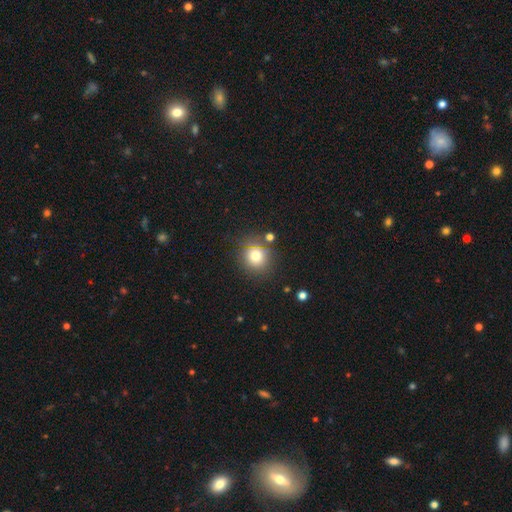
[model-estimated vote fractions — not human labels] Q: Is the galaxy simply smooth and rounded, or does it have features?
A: smooth — 75%.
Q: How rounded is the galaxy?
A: round — 87%.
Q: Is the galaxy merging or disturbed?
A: none — 79%.